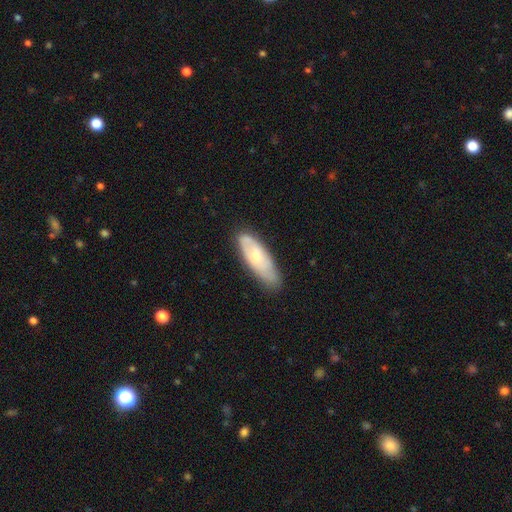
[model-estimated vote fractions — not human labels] smooth 54%, featured or disk 40%, star or artifact 6%. Down the decision tree: how rounded — in between (59%); merging — none (72%).